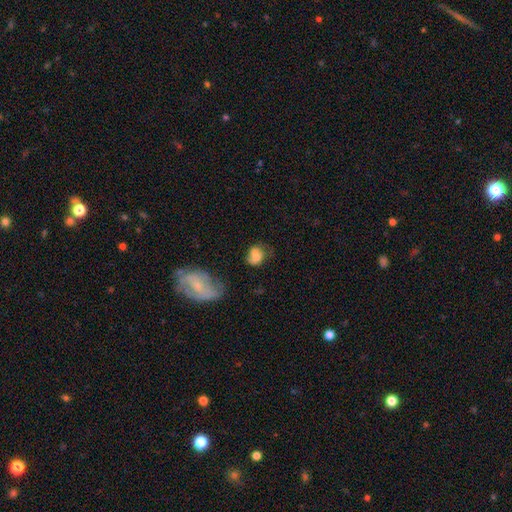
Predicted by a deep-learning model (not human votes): Smooth or featured? Predicted: smooth (p=0.67). How rounded? Predicted: in between (p=0.56). Merging? Predicted: none (p=0.35).